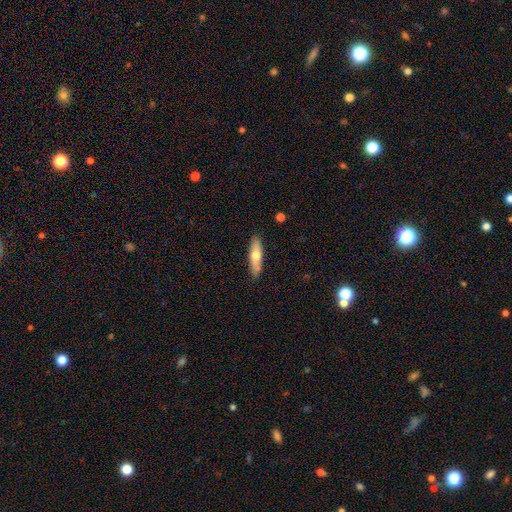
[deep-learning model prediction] This appears to be a smooth galaxy with no disk features (59%) that is cigar-shaped (65%). Merging: none (87%).